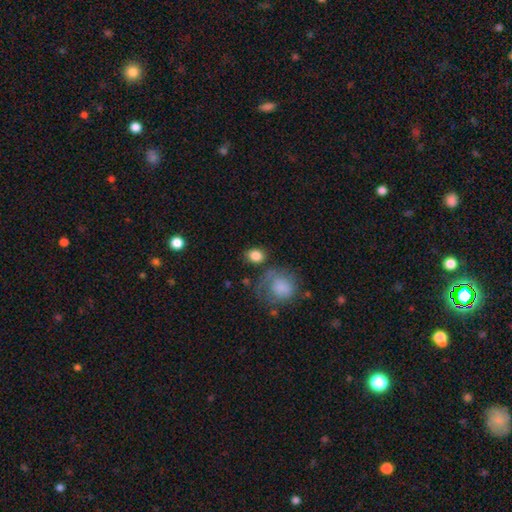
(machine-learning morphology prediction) Smooth or featured? Predicted: smooth (p=0.84). How rounded? Predicted: in between (p=0.49, tied with round). Merging? Predicted: none (p=0.71).